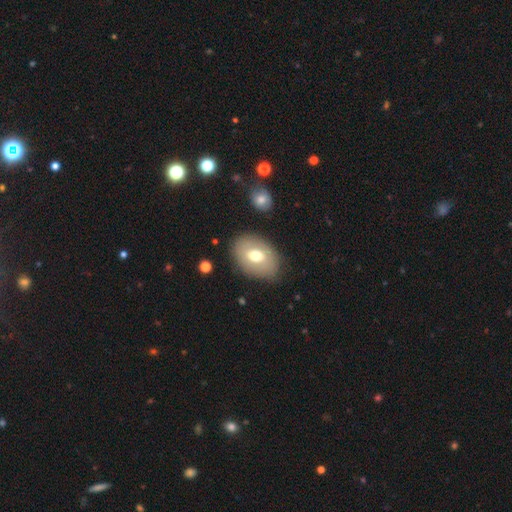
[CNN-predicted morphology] This is possibly a smooth galaxy (59%). How rounded: likely in between (79%). Merging: likely none (79%).